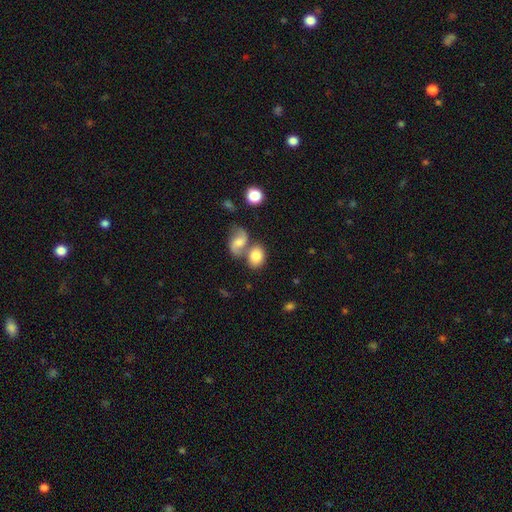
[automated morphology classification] The model was most divided on "merging": none: 42%, merger: 41%, minor disturbance: 12%, major disturbance: 5%. More confident: smooth or featured — smooth (71%); how rounded — in between (69%).